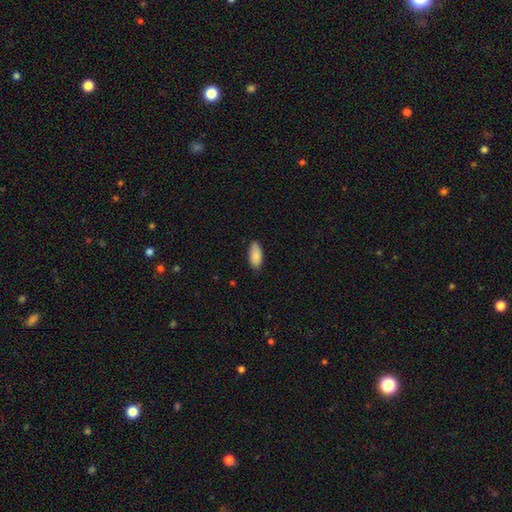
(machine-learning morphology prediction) Q: Smooth or featured?
A: smooth (88%); runner-up: star or artifact (6%)
Q: How rounded?
A: in between (90%); runner-up: cigar-shaped (9%)
Q: Merging?
A: none (82%); runner-up: minor disturbance (15%)